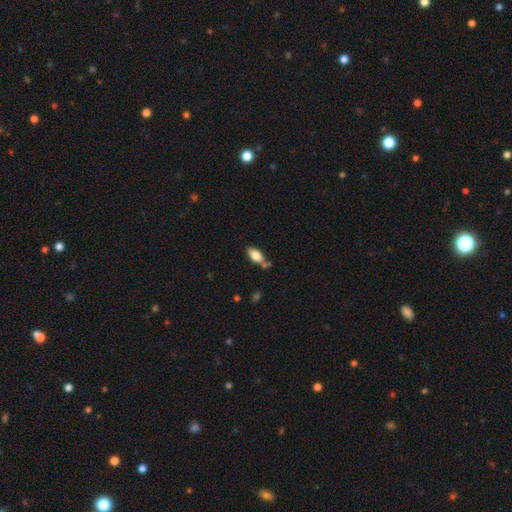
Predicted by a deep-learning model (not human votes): Smooth or featured?
  - smooth: 79% *
  - featured or disk: 14%
  - star or artifact: 7%
How rounded?
  - in between: 89% *
  - cigar-shaped: 8%
  - round: 3%
Merging?
  - none: 61% *
  - minor disturbance: 20%
  - merger: 15%
  - major disturbance: 5%